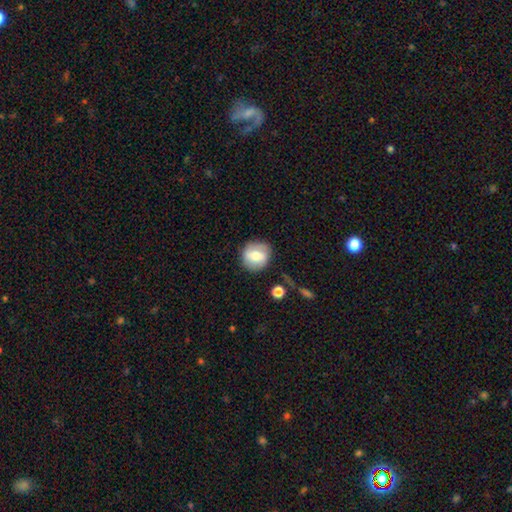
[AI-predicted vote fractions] A smooth galaxy with no disk features (62%) that is round (80%). Merging: none (79%).